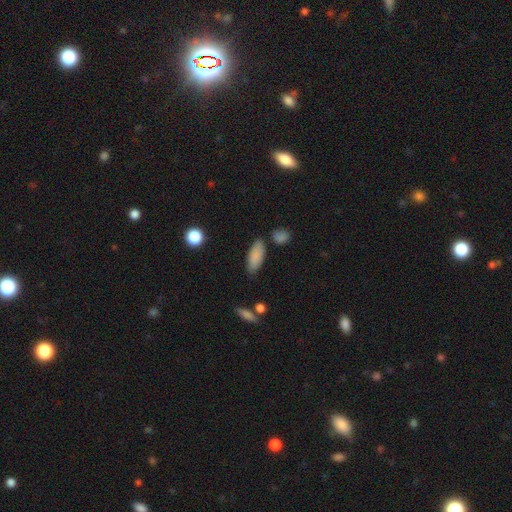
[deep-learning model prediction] Morphology: type=smooth (87%); roundness=in between (77%); merging=none (79%).